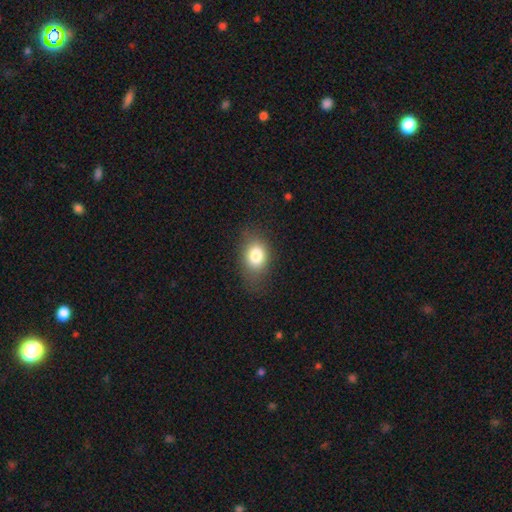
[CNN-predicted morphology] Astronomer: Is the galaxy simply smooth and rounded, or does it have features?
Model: smooth — 80%.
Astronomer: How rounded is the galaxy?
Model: in between — 69%.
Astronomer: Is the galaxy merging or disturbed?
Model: none — 70%.